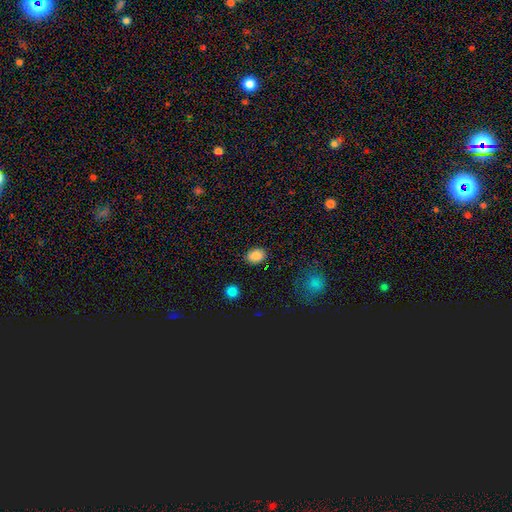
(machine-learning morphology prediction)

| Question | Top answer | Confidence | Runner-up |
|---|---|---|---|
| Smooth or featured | smooth | 87% | star or artifact (9%) |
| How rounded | in between | 63% | round (36%) |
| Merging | none | 87% | minor disturbance (9%) |